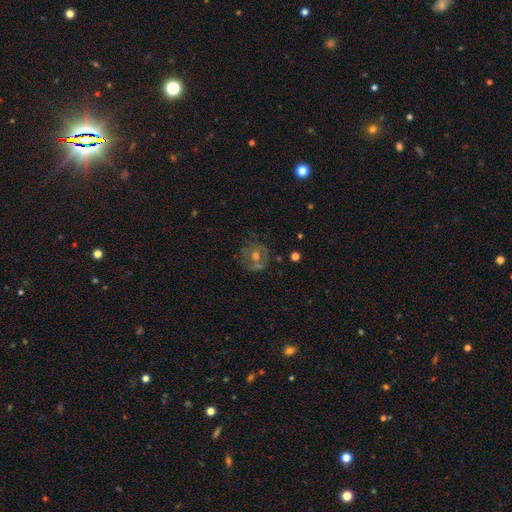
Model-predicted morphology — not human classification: A featured or disk galaxy (54%) with no bar (77%), no spiral arms (57%) and a moderate central bulge (69%).

Vote fractions:
- Smooth or featured? featured or disk: 54% / smooth: 31% / star or artifact: 15%
- Edge-on disk? no: 96% / yes: 4%
- Bar? no: 77% / weak: 18% / strong: 5%
- Spiral arms? no: 57% / yes: 43%
- Bulge size? moderate: 69% / small: 25% / large: 4% / none: 2% / dominant: 1%
- Merging? none: 70% / minor disturbance: 17% / major disturbance: 9% / merger: 5%